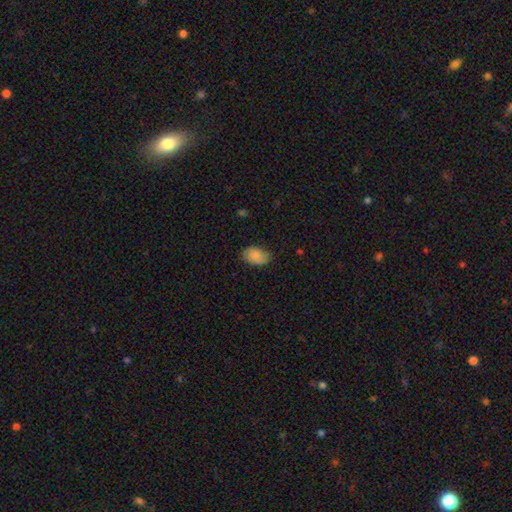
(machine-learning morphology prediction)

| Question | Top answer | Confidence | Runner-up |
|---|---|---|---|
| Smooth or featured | smooth | 79% | featured or disk (14%) |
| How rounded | in between | 87% | round (12%) |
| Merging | none | 73% | minor disturbance (22%) |